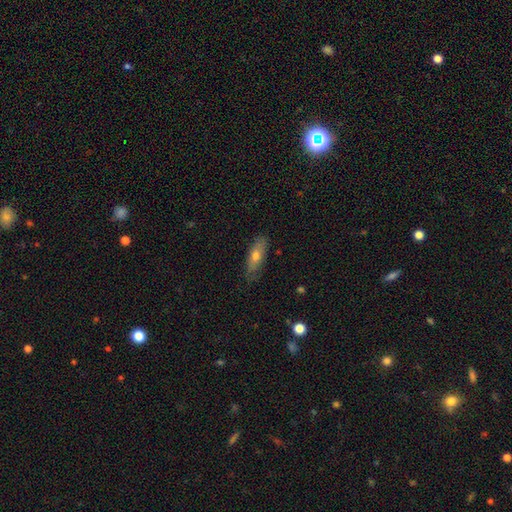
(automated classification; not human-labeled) Smooth or featured? Predicted: smooth (p=0.63). How rounded? Predicted: in between (p=0.59). Merging? Predicted: none (p=0.78).